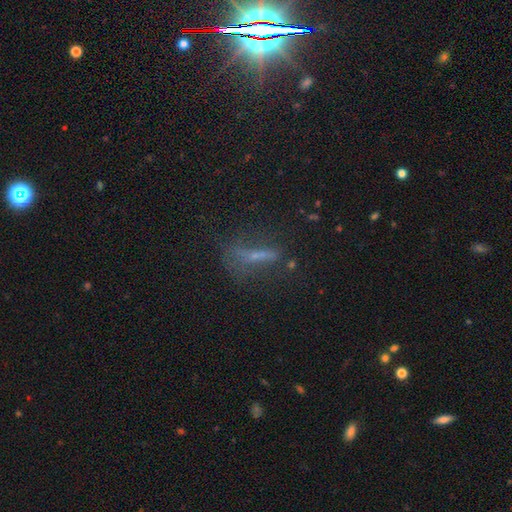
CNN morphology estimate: featured or disk 39%, smooth 35%, star or artifact 26%. Down the decision tree: merging — none (57%).